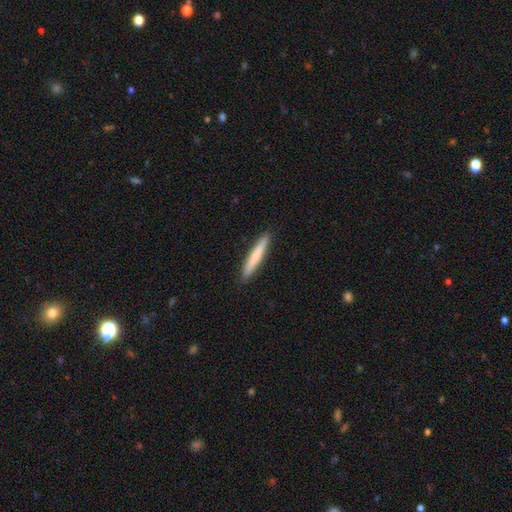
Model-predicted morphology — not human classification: This is likely a smooth galaxy (69%). How rounded: clearly cigar-shaped (95%). Merging: clearly none (92%).